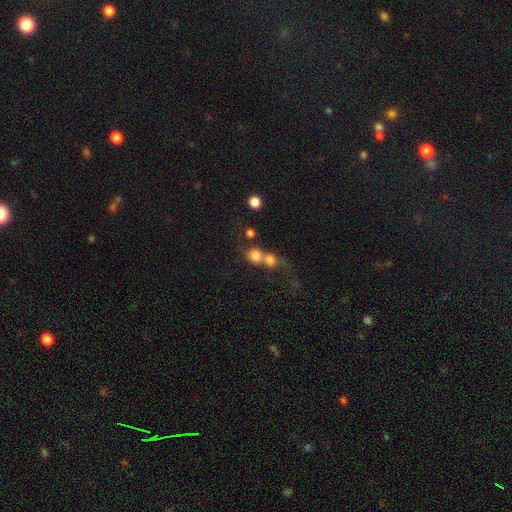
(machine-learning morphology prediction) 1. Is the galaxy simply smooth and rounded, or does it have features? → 76% smooth, 12% featured or disk, 11% star or artifact.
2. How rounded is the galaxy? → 80% round, 18% in between, 2% cigar-shaped.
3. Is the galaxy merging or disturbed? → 62% merger, 24% none, 8% major disturbance, 6% minor disturbance.